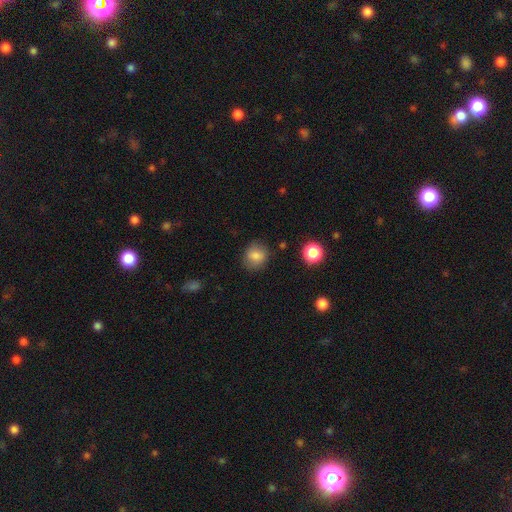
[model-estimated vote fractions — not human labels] A smooth galaxy with no disk features (81%) that is round (77%). Merging: none (82%).